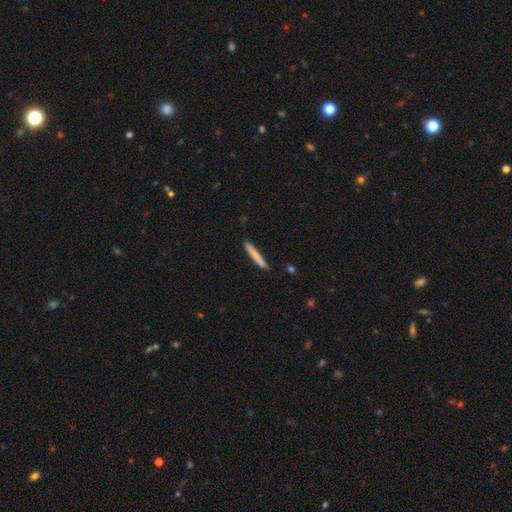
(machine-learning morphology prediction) Smooth or featured? smooth (78%)
How rounded? cigar-shaped (96%)
Merging? none (89%)